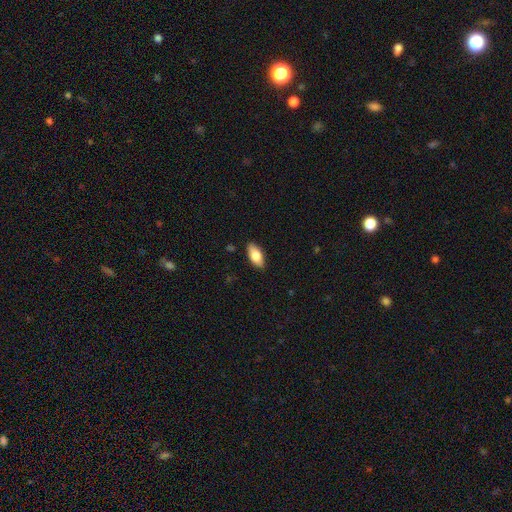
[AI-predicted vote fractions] smooth_or_featured: smooth (p=0.80) [alt: featured or disk p=0.14]
how_rounded: in between (p=0.89) [alt: cigar-shaped p=0.08]
merging: none (p=0.87) [alt: minor disturbance p=0.10]